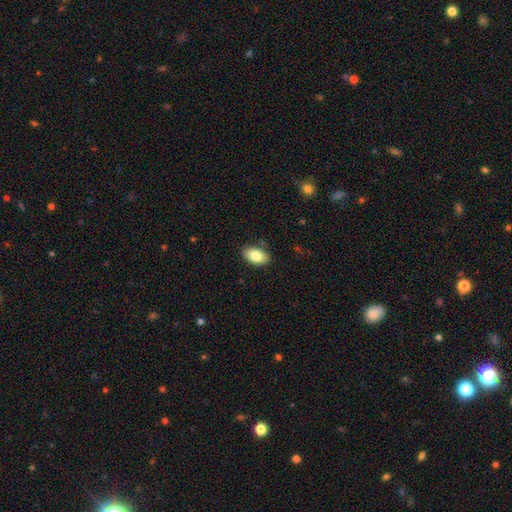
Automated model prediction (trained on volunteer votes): This is clearly a smooth galaxy (82%). How rounded: clearly in between (93%). Merging: clearly none (85%).